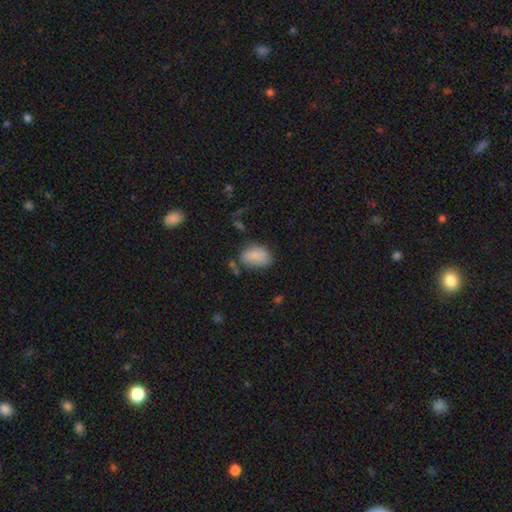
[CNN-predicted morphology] Smooth or featured?
  - smooth: 84% *
  - featured or disk: 8%
  - star or artifact: 8%
How rounded?
  - in between: 86% *
  - round: 12%
  - cigar-shaped: 1%
Merging?
  - none: 62% *
  - minor disturbance: 25%
  - major disturbance: 8%
  - merger: 5%